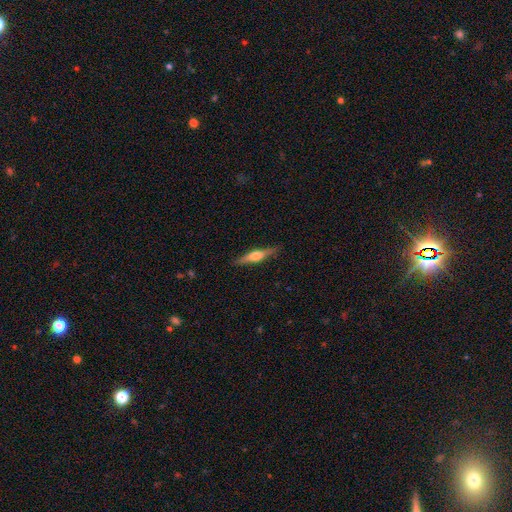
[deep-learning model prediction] Smooth or featured? Predicted: featured or disk (p=0.62). Edge-on disk? Predicted: yes (p=0.96). Edge-on bulge? Predicted: rounded (p=0.89). Merging? Predicted: none (p=0.88).